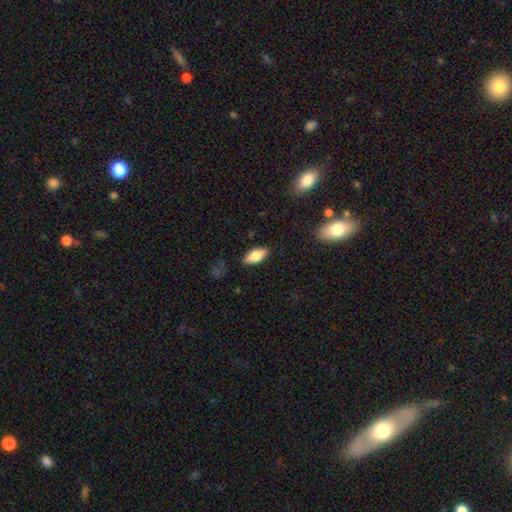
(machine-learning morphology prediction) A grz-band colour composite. It shows a smooth galaxy with no disk features (75%) that is in between round and cigar-shaped (85%). Merging: none (86%).